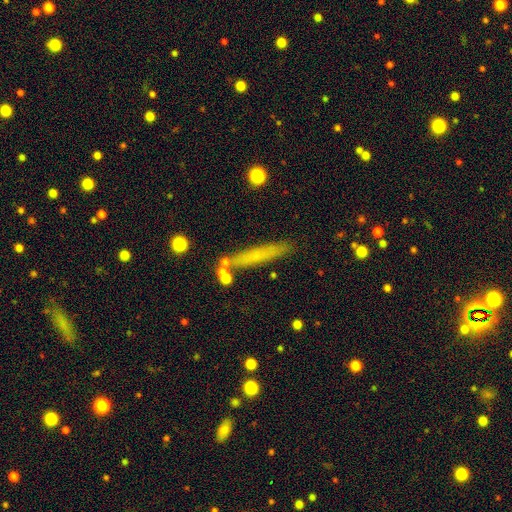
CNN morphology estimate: Smooth or featured? smooth (59%)
How rounded? cigar-shaped (93%)
Merging? none (81%)